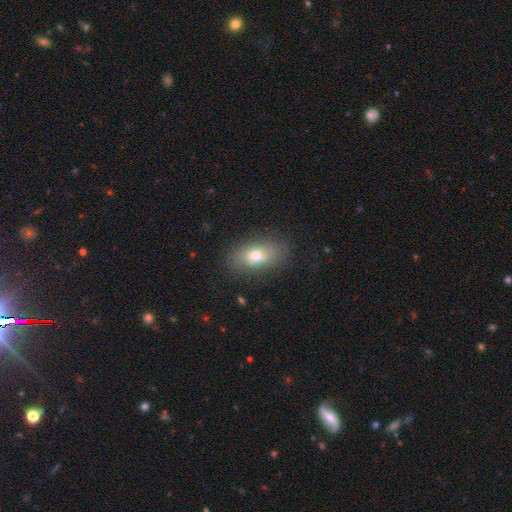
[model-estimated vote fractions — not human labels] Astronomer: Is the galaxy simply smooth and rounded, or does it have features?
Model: smooth — 70%.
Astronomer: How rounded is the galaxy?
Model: in between — 87%.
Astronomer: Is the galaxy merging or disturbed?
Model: none — 80%.